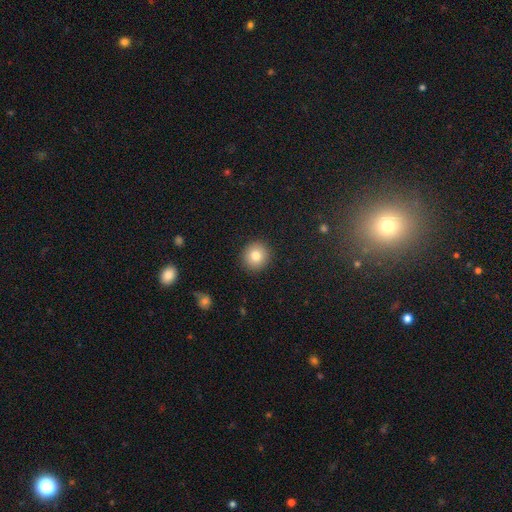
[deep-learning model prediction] A smooth galaxy with no disk features (81%) that is round (92%). Merging: none (92%).